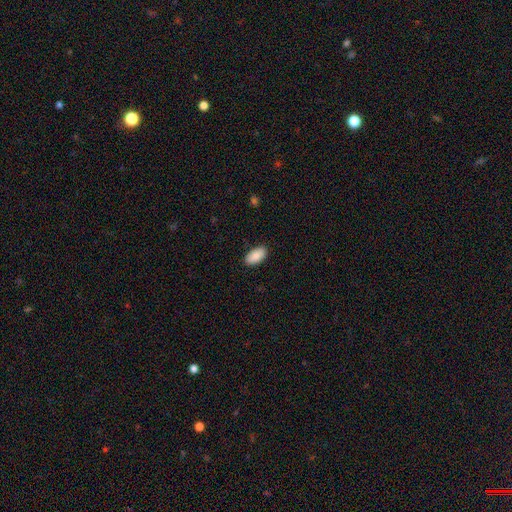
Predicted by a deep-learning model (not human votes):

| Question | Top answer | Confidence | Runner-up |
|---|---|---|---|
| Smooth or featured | smooth | 86% | featured or disk (7%) |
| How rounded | in between | 95% | round (3%) |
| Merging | none | 88% | minor disturbance (9%) |